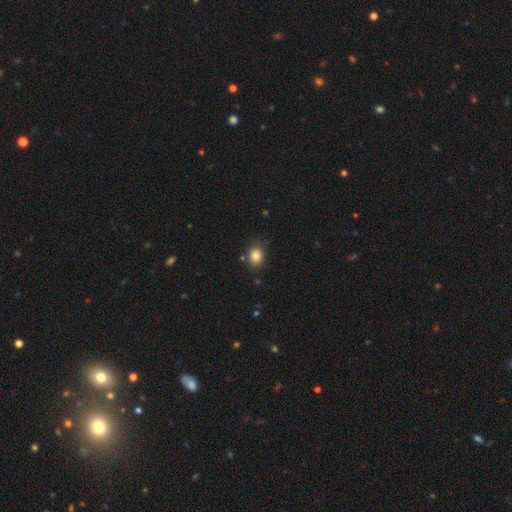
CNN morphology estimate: Smooth or featured? smooth (85%)
How rounded? round (51%)
Merging? none (83%)